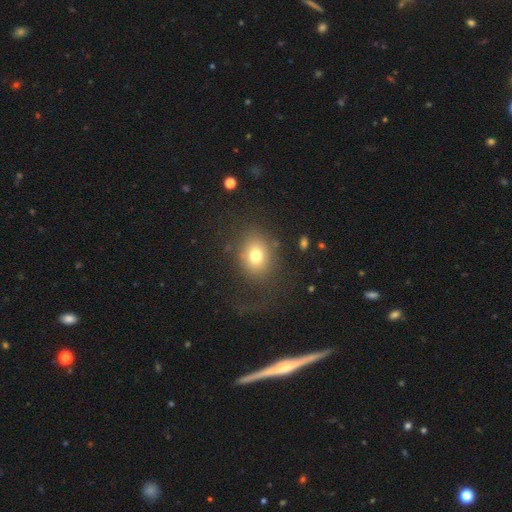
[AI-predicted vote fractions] Smooth or featured?
  - smooth: 74% *
  - featured or disk: 13%
  - star or artifact: 13%
How rounded?
  - round: 56% *
  - in between: 43%
  - cigar-shaped: 1%
Merging?
  - none: 70% *
  - major disturbance: 15%
  - minor disturbance: 13%
  - merger: 2%